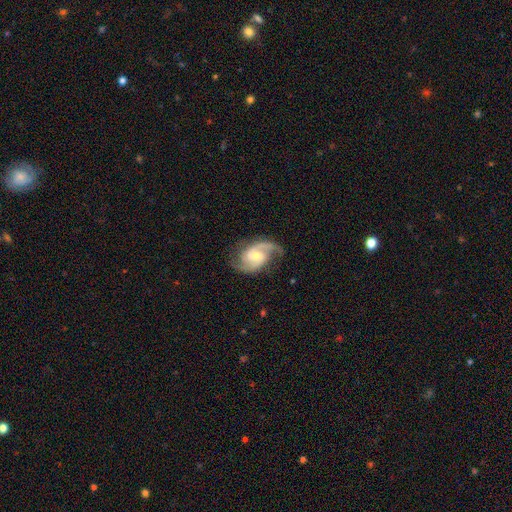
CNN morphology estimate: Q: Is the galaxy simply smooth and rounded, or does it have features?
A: featured or disk — 90%.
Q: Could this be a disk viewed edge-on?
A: no — 97%.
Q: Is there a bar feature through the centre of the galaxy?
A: weak — 46%.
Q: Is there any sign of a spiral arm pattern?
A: yes — 98%.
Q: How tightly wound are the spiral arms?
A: medium — 55%.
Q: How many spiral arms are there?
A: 2 — 91%.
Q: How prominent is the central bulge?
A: moderate — 55%.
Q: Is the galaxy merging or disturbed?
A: none — 77%.